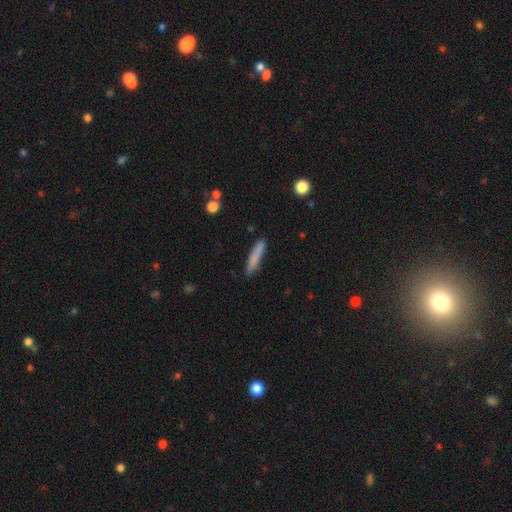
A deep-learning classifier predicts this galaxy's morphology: Smooth or featured? smooth (80%)
How rounded? cigar-shaped (92%)
Merging? none (88%)